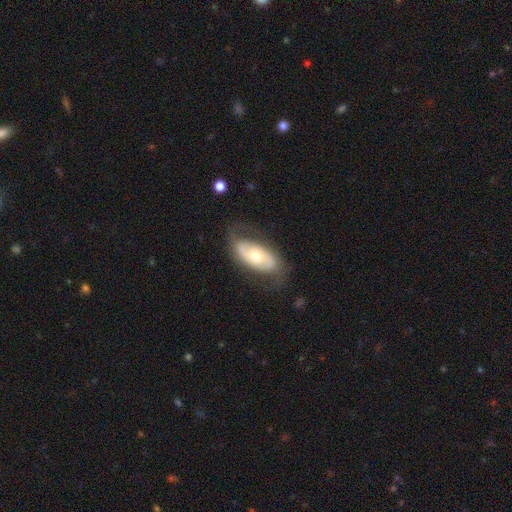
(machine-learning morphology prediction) This appears to be a featured or disk galaxy (57%) with no bar (71%), spiral arms (58%) and a moderate central bulge (69%). Merging: none (69%).